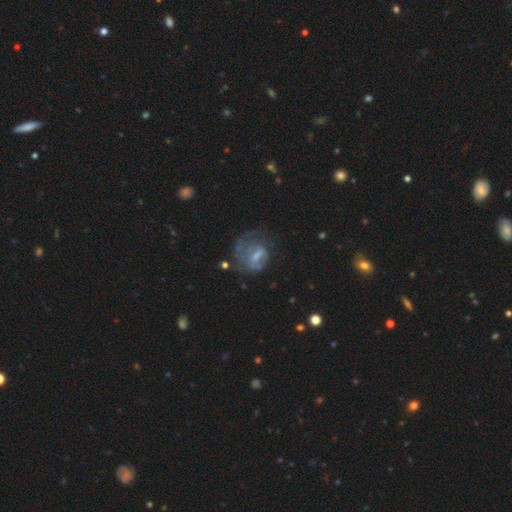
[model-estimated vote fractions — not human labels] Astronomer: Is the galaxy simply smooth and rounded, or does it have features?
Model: featured or disk — 53% (runner-up: smooth, 36%).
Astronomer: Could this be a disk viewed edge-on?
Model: no — 96%.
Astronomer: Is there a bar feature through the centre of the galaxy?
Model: weak — 45% (runner-up: no, 40%).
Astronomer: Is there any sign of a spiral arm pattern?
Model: no — 54% (runner-up: yes, 46%).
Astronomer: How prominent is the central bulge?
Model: moderate — 34% (runner-up: small, 32%).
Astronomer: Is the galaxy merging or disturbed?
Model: none — 39% (runner-up: major disturbance, 35%).